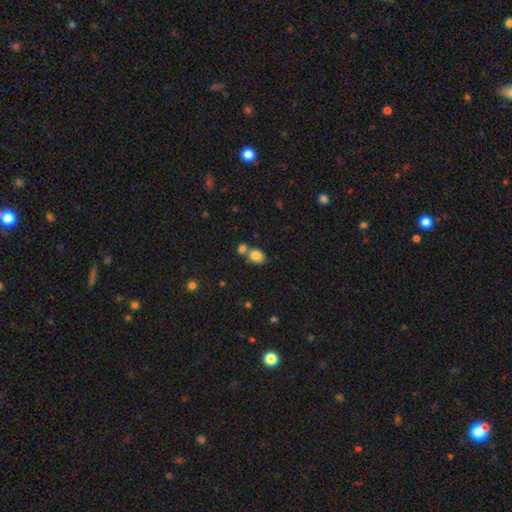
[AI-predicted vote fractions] Smooth or featured? Predicted: smooth (p=0.84). How rounded? Predicted: in between (p=0.65). Merging? Predicted: none (p=0.51).